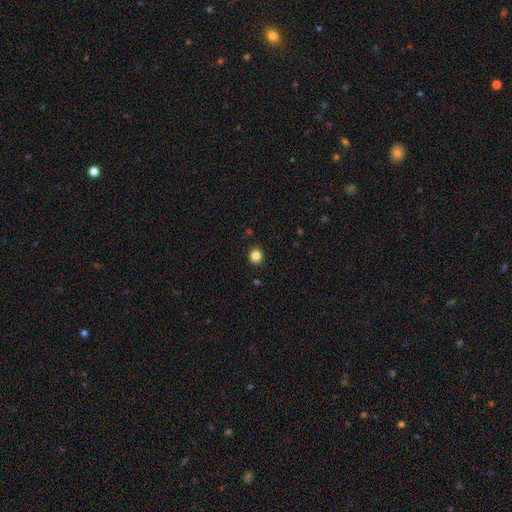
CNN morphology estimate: type=smooth (85%); roundness=round (85%); merging=none (92%).